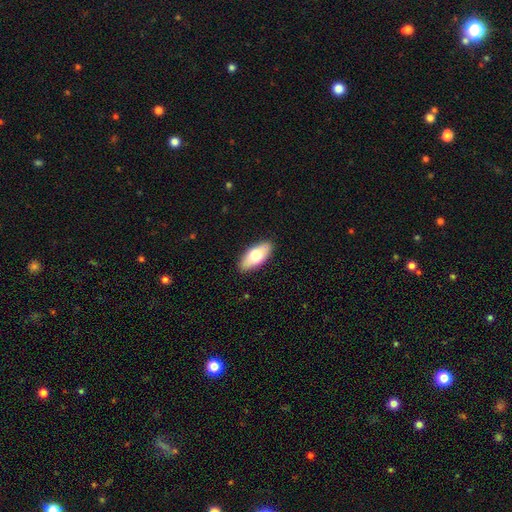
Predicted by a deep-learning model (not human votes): Smooth or featured? smooth (69%)
How rounded? in between (87%)
Merging? none (87%)